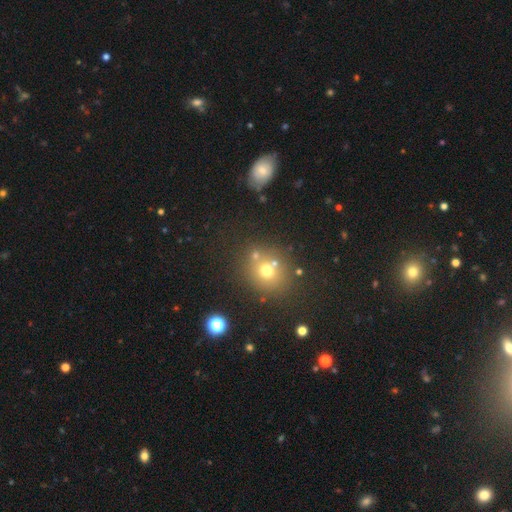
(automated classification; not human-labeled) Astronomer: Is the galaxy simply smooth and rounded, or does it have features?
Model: smooth — 62%.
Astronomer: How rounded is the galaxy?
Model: round — 78%.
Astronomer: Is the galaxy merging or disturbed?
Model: none — 64%.